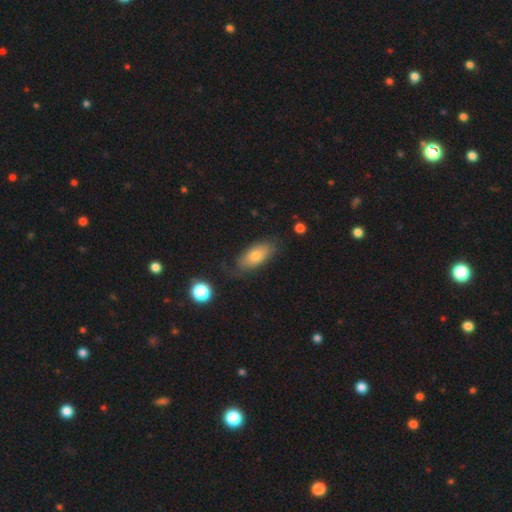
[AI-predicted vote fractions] smooth_or_featured: smooth (p=0.68) [alt: featured or disk p=0.24]
how_rounded: in between (p=0.86) [alt: cigar-shaped p=0.11]
merging: none (p=0.67) [alt: minor disturbance p=0.24]